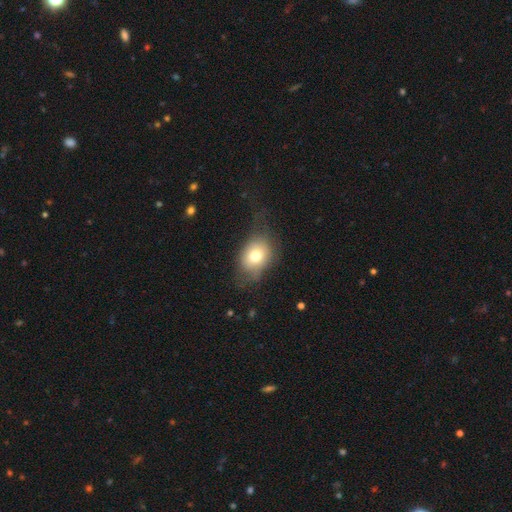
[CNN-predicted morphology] Overall: smooth (73%). How rounded: in between (62%; round 37%). Merging: none (51%; minor disturbance 29%).